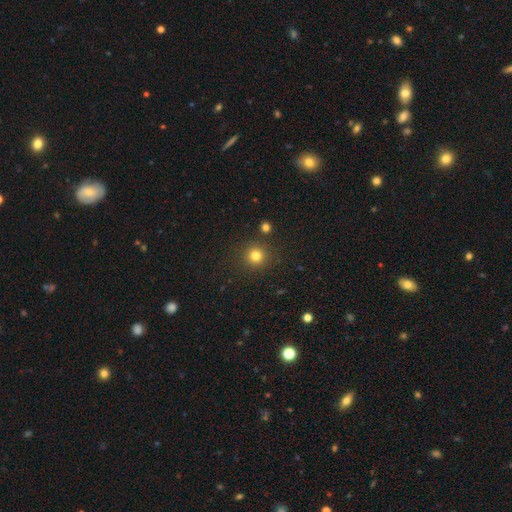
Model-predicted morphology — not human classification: type=smooth (80%); roundness=round (94%); merging=none (88%).